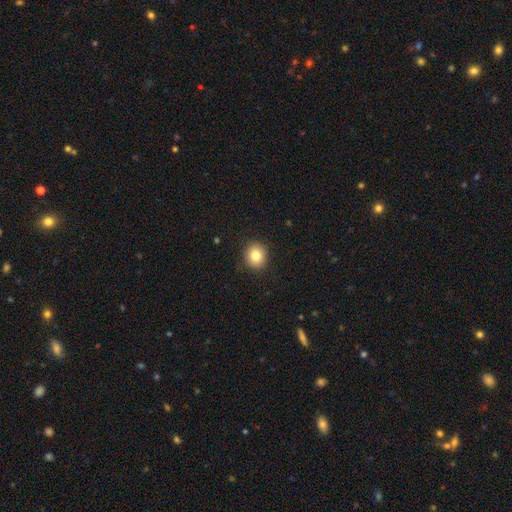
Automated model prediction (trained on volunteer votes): smooth 82%, star or artifact 10%, featured or disk 8%. Down the decision tree: how rounded — round (83%); merging — none (91%).